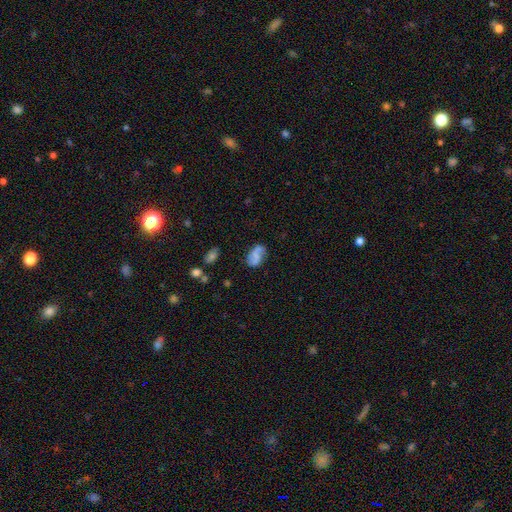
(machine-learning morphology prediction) The model was most divided on "bar": no: 44%, weak: 40%, strong: 17%. More confident: edge-on disk — no (97%); spiral arms — yes (88%); merging — none (70%); bulge size — none (58%); smooth or featured — featured or disk (58%).